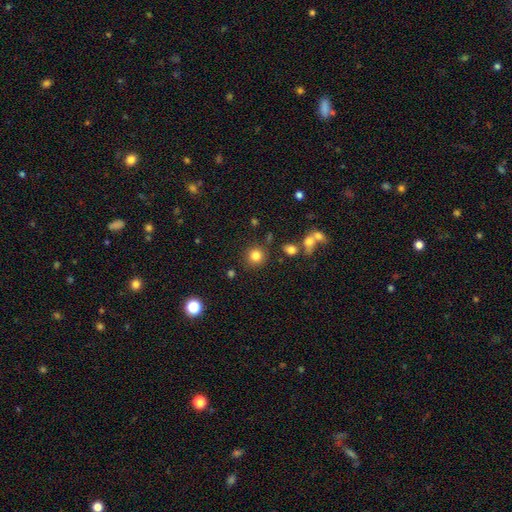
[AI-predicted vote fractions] A smooth galaxy with no disk features (81%) that is round (91%).

Vote fractions:
- Smooth or featured? smooth: 81% / star or artifact: 12% / featured or disk: 6%
- How rounded? round: 91% / in between: 8% / cigar-shaped: 1%
- Merging? none: 83% / minor disturbance: 8% / merger: 5% / major disturbance: 3%